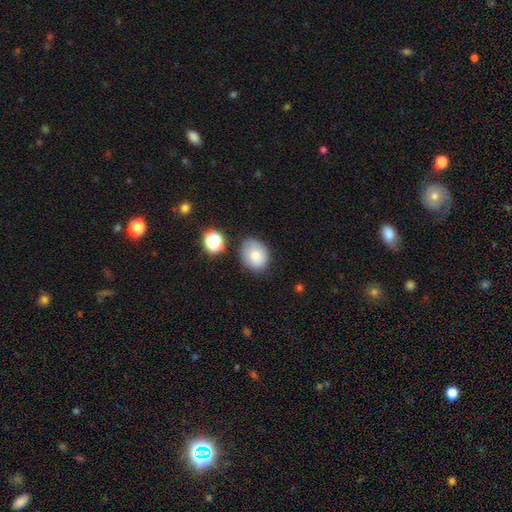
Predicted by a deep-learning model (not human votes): smooth-or-featured: smooth: 81% | star or artifact: 10% | featured or disk: 10%
  how-rounded: in between: 51% | round: 48% | cigar-shaped: 1%
  merging: none: 70% | minor disturbance: 21% | major disturbance: 5% | merger: 5%